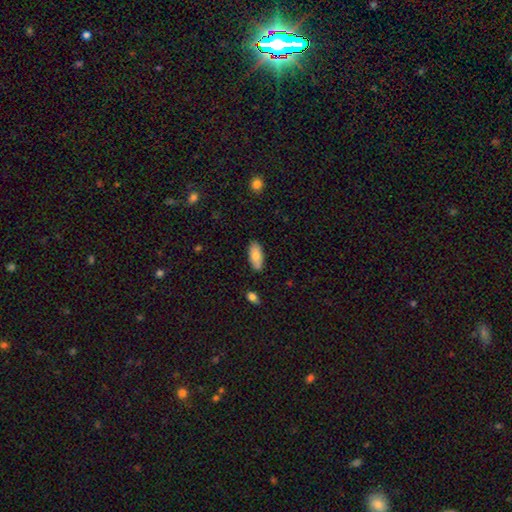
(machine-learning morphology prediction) Smooth or featured?
  - smooth: 77% *
  - featured or disk: 16%
  - star or artifact: 6%
How rounded?
  - in between: 86% *
  - cigar-shaped: 11%
  - round: 2%
Merging?
  - none: 85% *
  - minor disturbance: 11%
  - major disturbance: 2%
  - merger: 2%